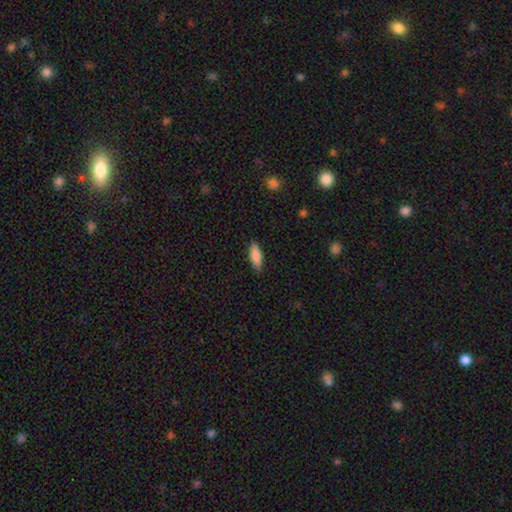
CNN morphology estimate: The model was most divided on "how rounded": in between: 65%, cigar-shaped: 34%, round: 2%. More confident: smooth or featured — smooth (85%); merging — none (84%).